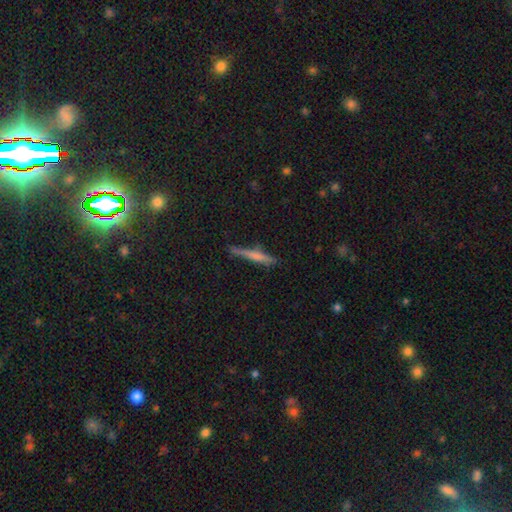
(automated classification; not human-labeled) This is possibly a smooth galaxy (54%). How rounded: clearly cigar-shaped (94%). Merging: likely none (78%).